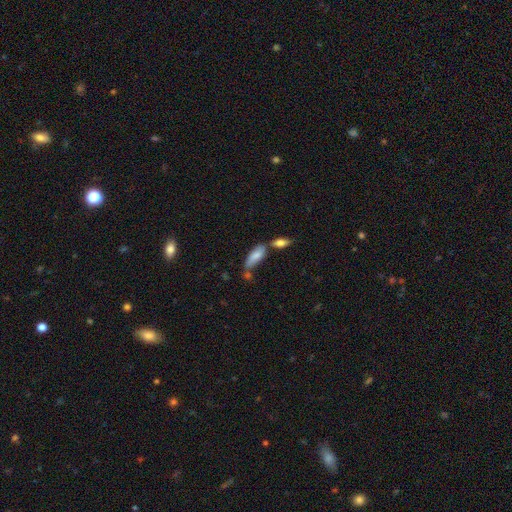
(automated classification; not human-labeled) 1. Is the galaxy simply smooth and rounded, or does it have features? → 75% smooth, 17% featured or disk, 7% star or artifact.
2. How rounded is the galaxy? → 67% in between, 31% cigar-shaped, 2% round.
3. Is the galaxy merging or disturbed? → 46% none, 29% merger, 19% minor disturbance, 6% major disturbance.